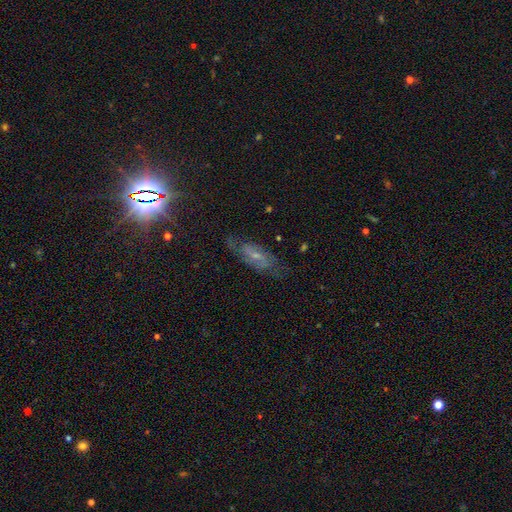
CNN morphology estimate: Q: Smooth or featured?
A: featured or disk (66%); runner-up: smooth (19%)
Q: Edge-on disk?
A: no (86%); runner-up: yes (14%)
Q: Bar?
A: weak (49%); runner-up: no (30%)
Q: Spiral arms?
A: yes (87%); runner-up: no (13%)
Q: Bulge size?
A: small (58%); runner-up: moderate (31%)
Q: Merging?
A: none (70%); runner-up: minor disturbance (19%)